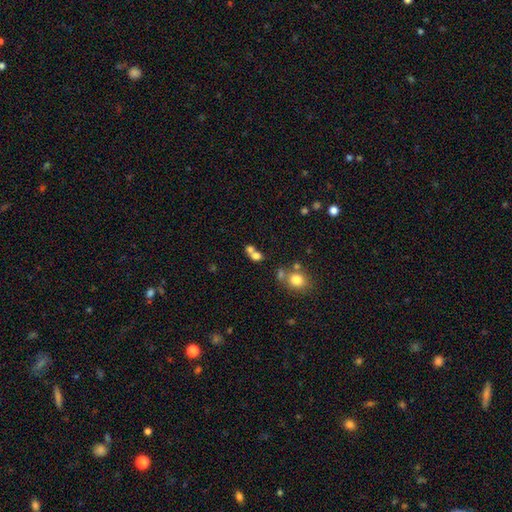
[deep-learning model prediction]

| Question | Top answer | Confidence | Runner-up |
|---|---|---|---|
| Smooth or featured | smooth | 70% | star or artifact (16%) |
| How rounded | round | 53% | in between (45%) |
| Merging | merger | 50% | none (37%) |